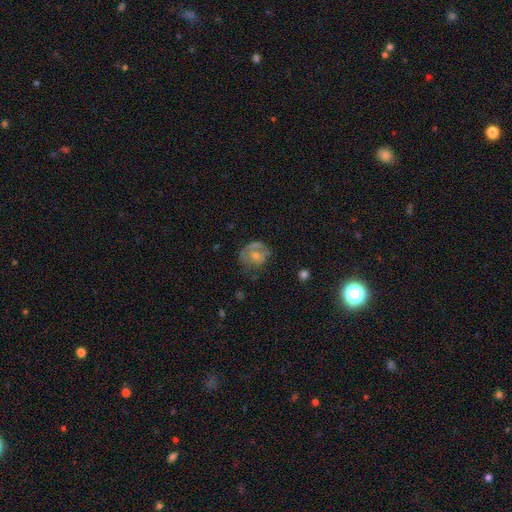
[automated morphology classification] A featured or disk galaxy (48%).

Vote fractions:
- Smooth or featured? featured or disk: 48% / smooth: 36% / star or artifact: 17%
- Merging? none: 54% / minor disturbance: 24% / major disturbance: 19% / merger: 3%